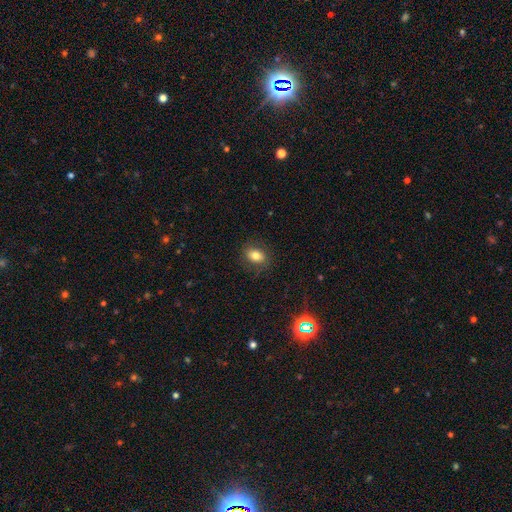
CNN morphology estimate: Smooth or featured: smooth — 77% (featured or disk — 12%)
How rounded: in between — 74% (round — 24%)
Merging: none — 82% (minor disturbance — 13%)